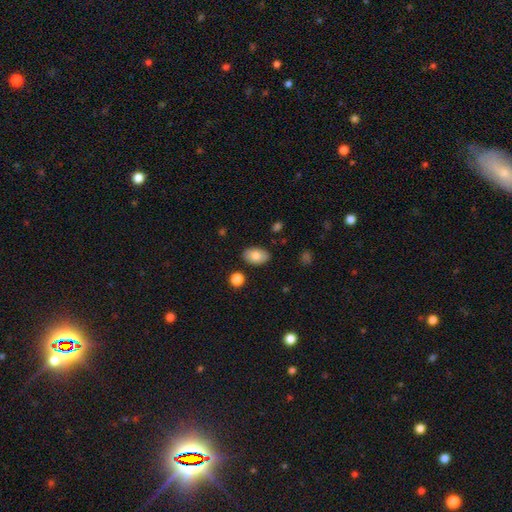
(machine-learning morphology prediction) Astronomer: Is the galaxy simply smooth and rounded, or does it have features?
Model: smooth — 79%.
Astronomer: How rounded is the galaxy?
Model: in between — 91%.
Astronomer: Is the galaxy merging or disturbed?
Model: none — 85%.